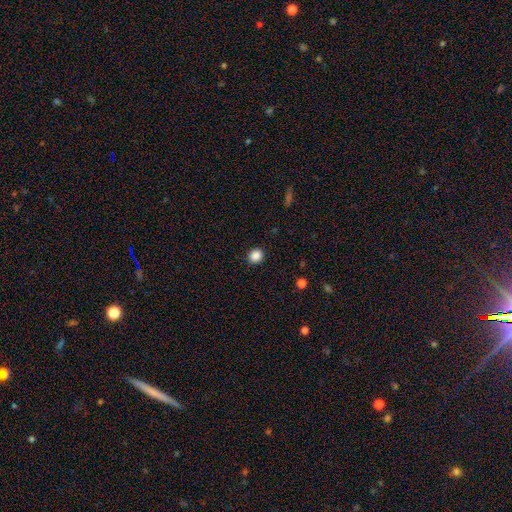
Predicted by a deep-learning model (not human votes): A smooth galaxy with no disk features (87%) that is round (83%). Merging: none (91%).